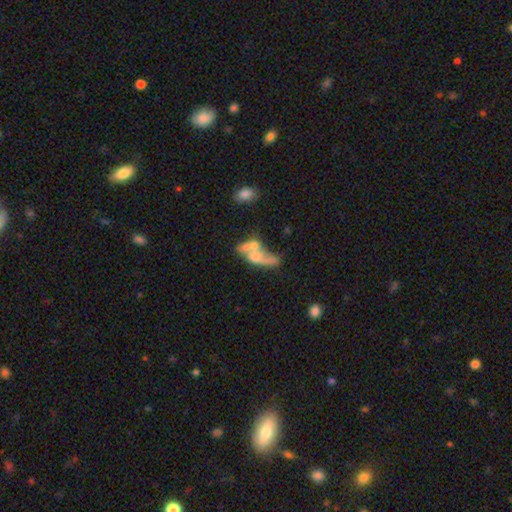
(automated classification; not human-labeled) Smooth or featured? Predicted: featured or disk (p=0.50). Edge-on disk? Predicted: no (p=0.83). Merging? Predicted: merger (p=0.53).